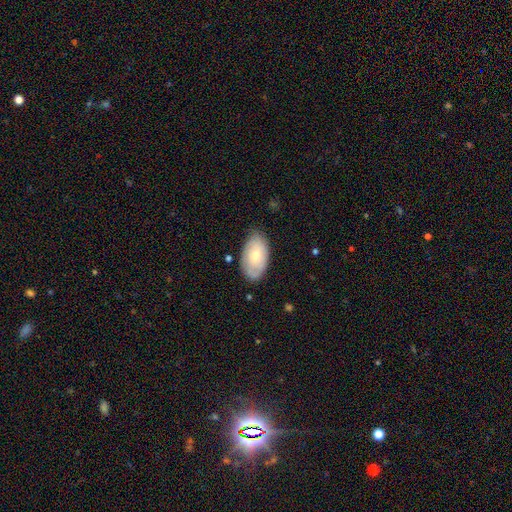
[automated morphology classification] This appears to be a smooth galaxy with no disk features (63%) that is in between round and cigar-shaped (94%). Merging: none (73%).